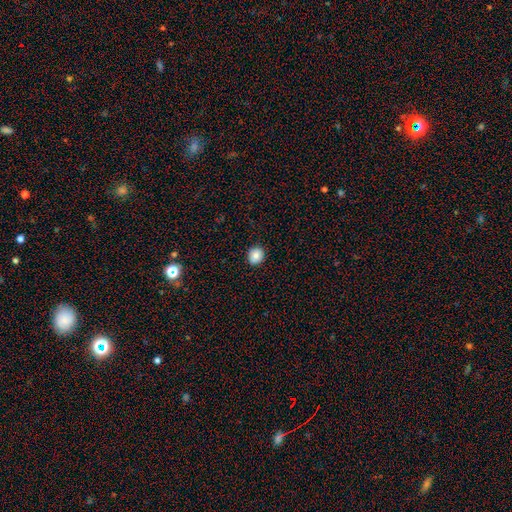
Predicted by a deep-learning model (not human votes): This is clearly a smooth galaxy (83%). How rounded: clearly round (83%). Merging: clearly none (90%).